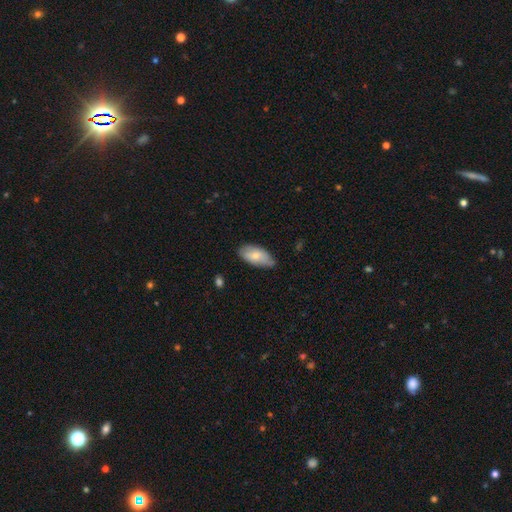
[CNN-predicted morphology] A smooth galaxy with no disk features (72%) that is in between round and cigar-shaped (93%). Merging: none (65%).